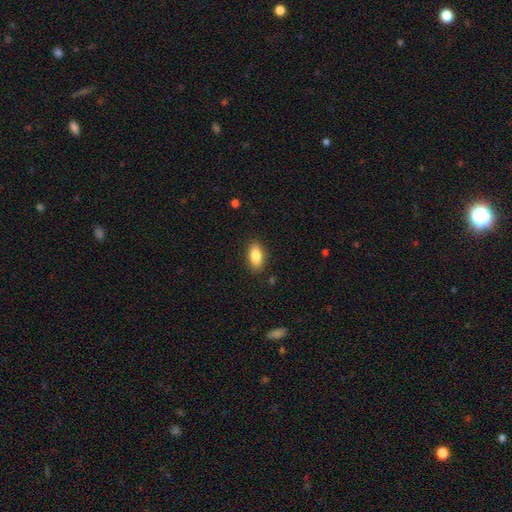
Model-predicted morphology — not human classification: smooth 85%, featured or disk 8%, star or artifact 7%. Down the decision tree: how rounded — in between (89%); merging — none (87%).